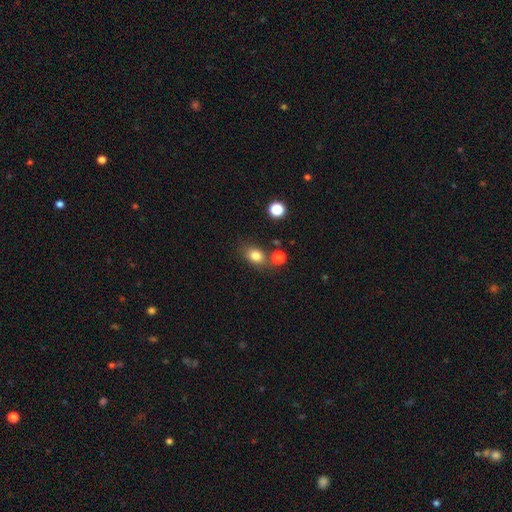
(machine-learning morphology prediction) type=smooth (81%); roundness=in between (64%); merging=none (69%).